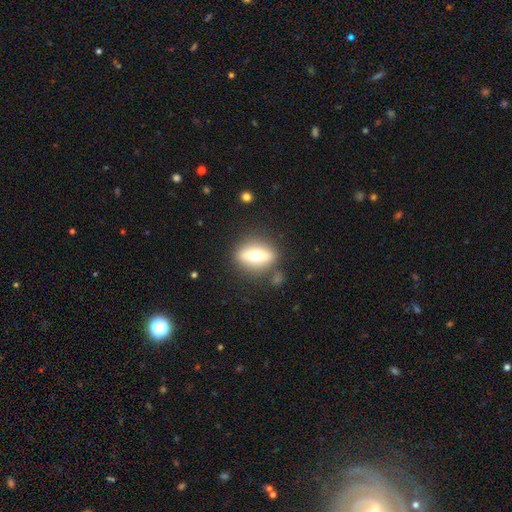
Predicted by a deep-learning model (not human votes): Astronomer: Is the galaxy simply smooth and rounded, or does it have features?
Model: smooth — 51% (runner-up: featured or disk, 41%).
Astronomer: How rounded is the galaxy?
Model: in between — 64%.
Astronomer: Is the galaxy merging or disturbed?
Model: none — 81%.